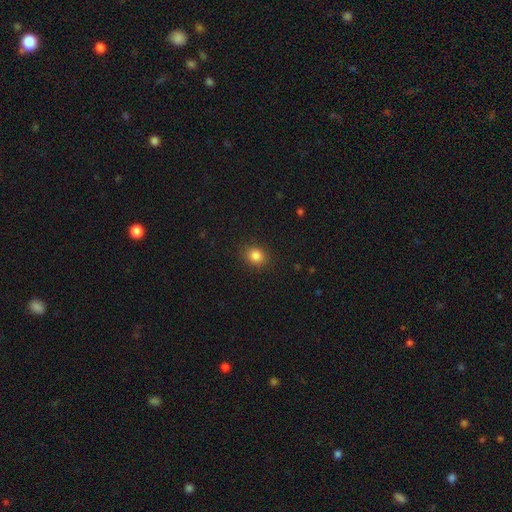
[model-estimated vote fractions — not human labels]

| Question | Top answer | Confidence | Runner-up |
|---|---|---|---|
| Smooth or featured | smooth | 85% | star or artifact (11%) |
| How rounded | round | 69% | in between (30%) |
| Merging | none | 89% | minor disturbance (8%) |